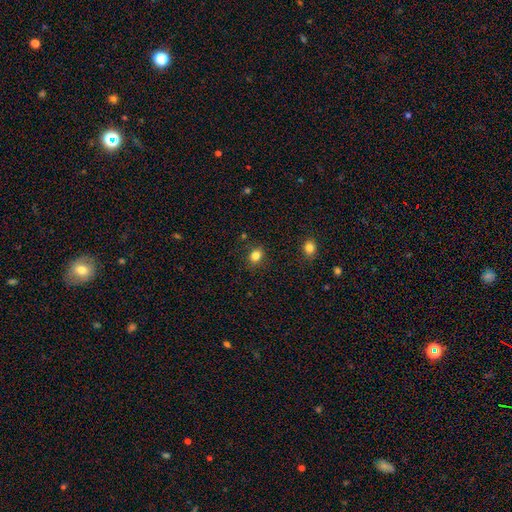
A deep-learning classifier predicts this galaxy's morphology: A smooth galaxy with no disk features (83%) that is round (55%). Merging: none (85%).